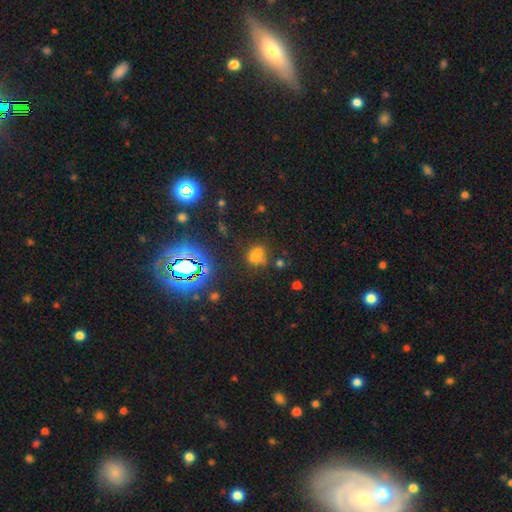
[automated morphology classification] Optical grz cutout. It shows a smooth galaxy with no disk features (57%) that is round (56%). Merging: none (42%).